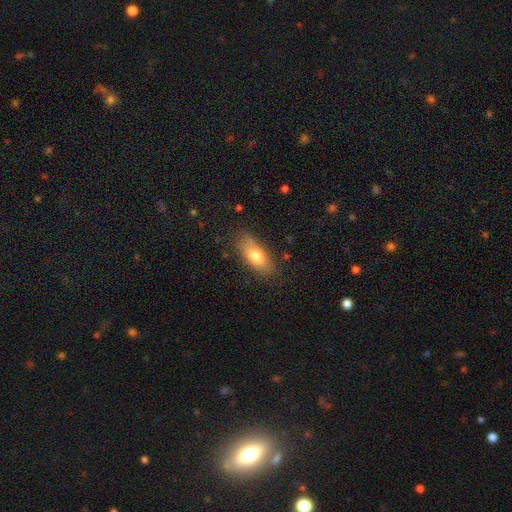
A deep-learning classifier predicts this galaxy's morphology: Smooth or featured: smooth — 74% (featured or disk — 19%)
How rounded: in between — 80% (cigar-shaped — 16%)
Merging: none — 74% (minor disturbance — 19%)